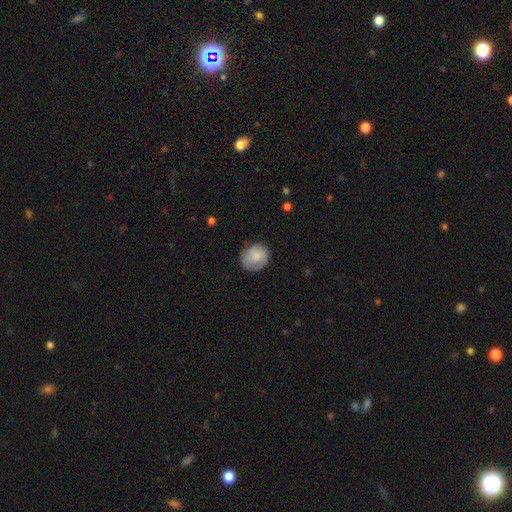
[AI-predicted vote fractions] Morphology: type=smooth (81%); roundness=round (76%); merging=none (74%).